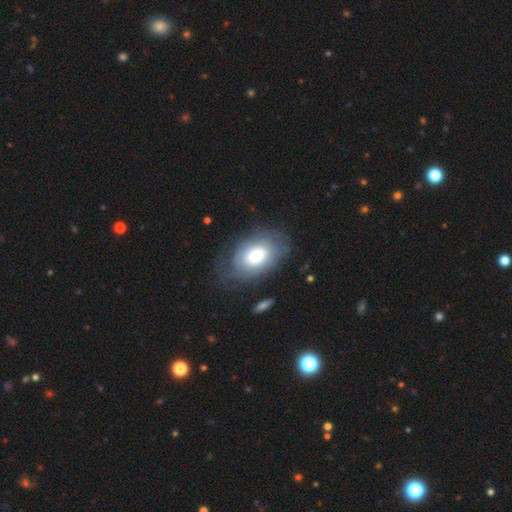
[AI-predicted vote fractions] Morphology: type=smooth (57%); roundness=in between (88%); merging=none (64%).